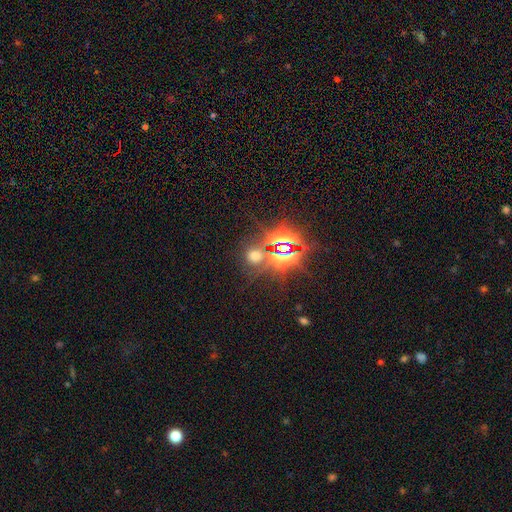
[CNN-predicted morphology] type=star or artifact (57%).